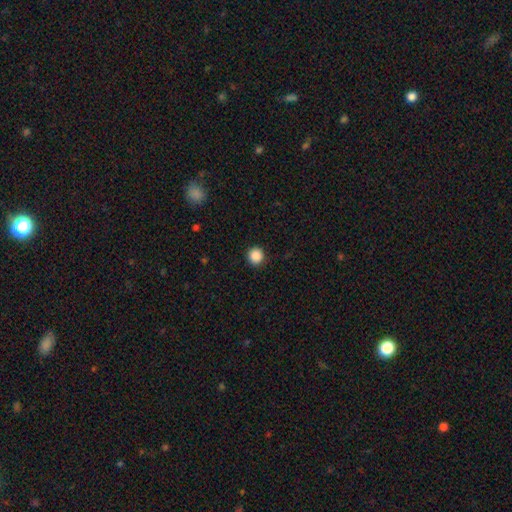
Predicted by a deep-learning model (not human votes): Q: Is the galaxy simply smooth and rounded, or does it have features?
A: smooth — 88%.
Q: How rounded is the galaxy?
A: round — 94%.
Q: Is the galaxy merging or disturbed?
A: none — 92%.